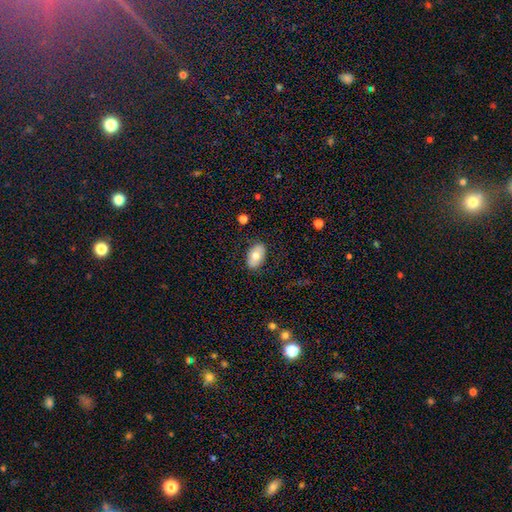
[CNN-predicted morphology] Smooth or featured?
  - smooth: 69% *
  - featured or disk: 24%
  - star or artifact: 7%
How rounded?
  - in between: 91% *
  - round: 7%
  - cigar-shaped: 1%
Merging?
  - none: 85% *
  - minor disturbance: 11%
  - major disturbance: 3%
  - merger: 1%